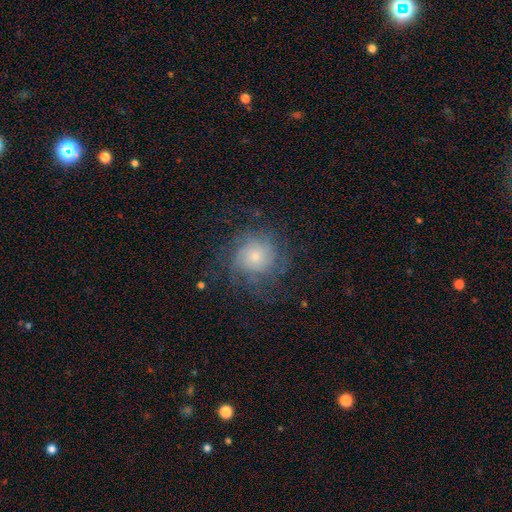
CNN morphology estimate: type=featured or disk (52%); edge-on=no (97%); bar=no (83%); spiral arms=yes (82%); bulge=small (51%); merging=none (69%).